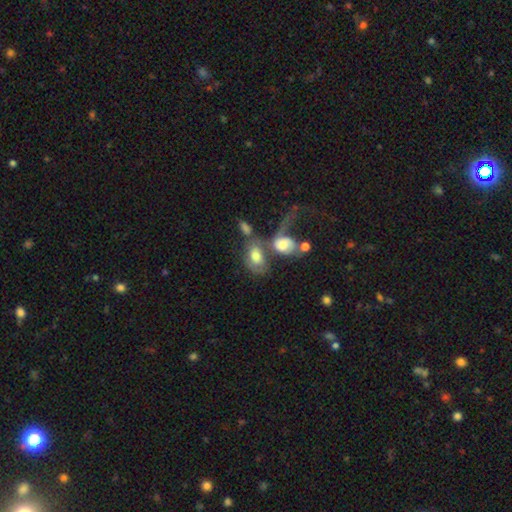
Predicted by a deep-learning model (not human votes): The model was most divided on "smooth or featured": smooth: 48%, featured or disk: 44%, star or artifact: 8%. More confident: merging — merger (56%).